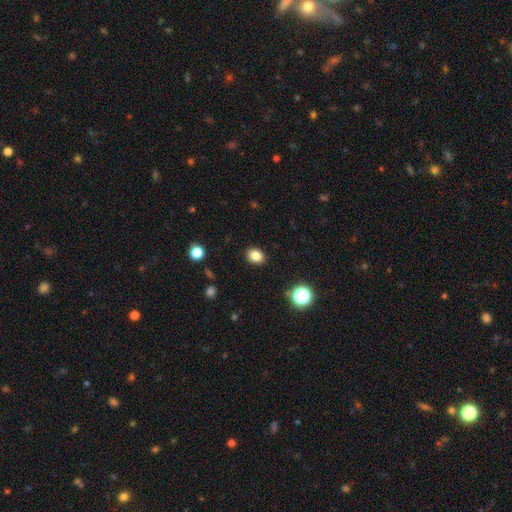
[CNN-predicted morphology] A smooth galaxy with no disk features (84%) that is in between round and cigar-shaped (52%).

Vote fractions:
- Smooth or featured? smooth: 84% / star or artifact: 12% / featured or disk: 5%
- How rounded? in between: 52% / round: 47% / cigar-shaped: 1%
- Merging? none: 89% / minor disturbance: 7% / major disturbance: 2% / merger: 1%